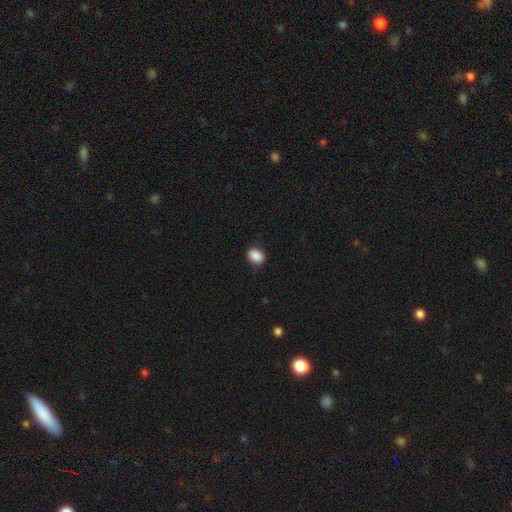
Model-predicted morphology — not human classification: This appears to be a smooth galaxy with no disk features (89%) that is in between round and cigar-shaped (64%). Merging: none (84%).